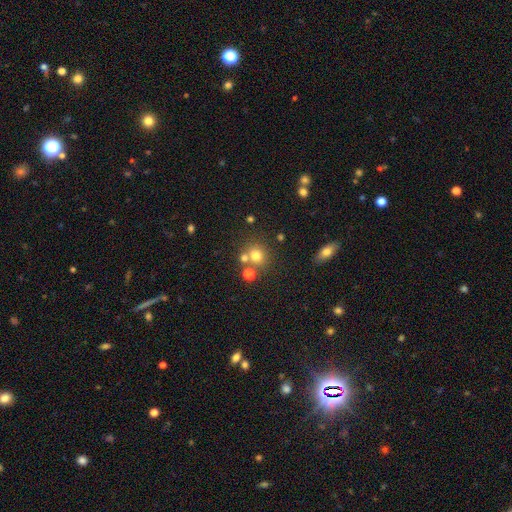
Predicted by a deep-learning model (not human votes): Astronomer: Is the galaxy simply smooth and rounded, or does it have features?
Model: smooth — 73%.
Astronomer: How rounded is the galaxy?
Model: round — 85%.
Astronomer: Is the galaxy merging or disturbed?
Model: none — 64%.